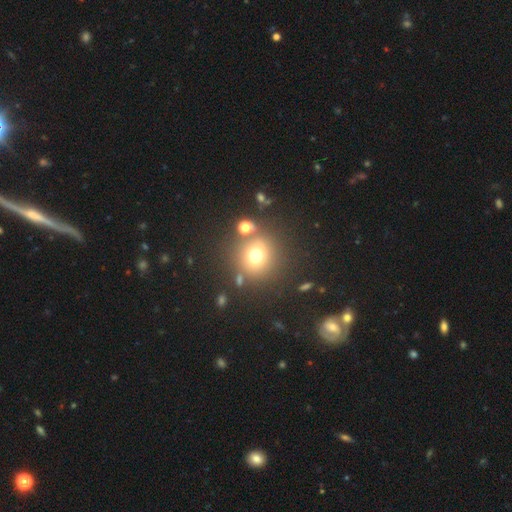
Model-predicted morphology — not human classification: A smooth galaxy with no disk features (69%) that is round (90%). Merging: none (76%).